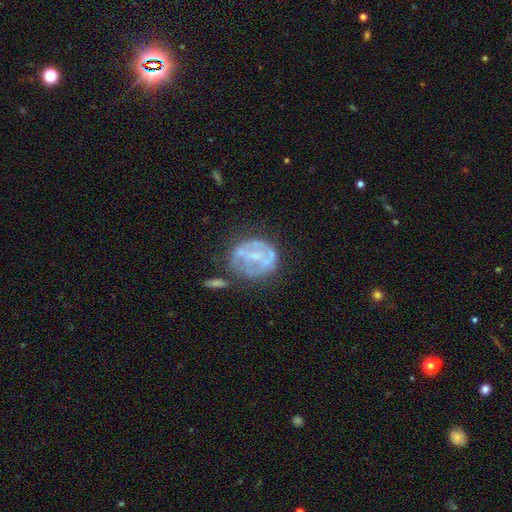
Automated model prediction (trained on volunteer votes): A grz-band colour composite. It shows a featured or disk galaxy (64%) with a weak bar (38%), no spiral arms (57%) and a small central bulge (45%). Merging: none (47%).